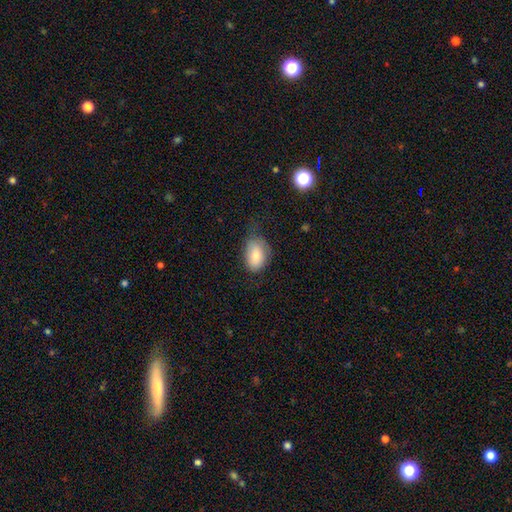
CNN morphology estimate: Q: Smooth or featured?
A: smooth (80%); runner-up: featured or disk (14%)
Q: How rounded?
A: in between (86%); runner-up: round (12%)
Q: Merging?
A: none (47%); runner-up: minor disturbance (35%)